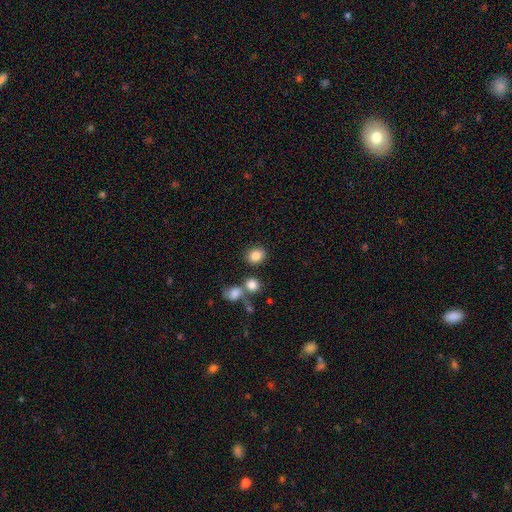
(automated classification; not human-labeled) Overall: smooth (84%). How rounded: round (59%; in between 40%). Merging: none (76%).